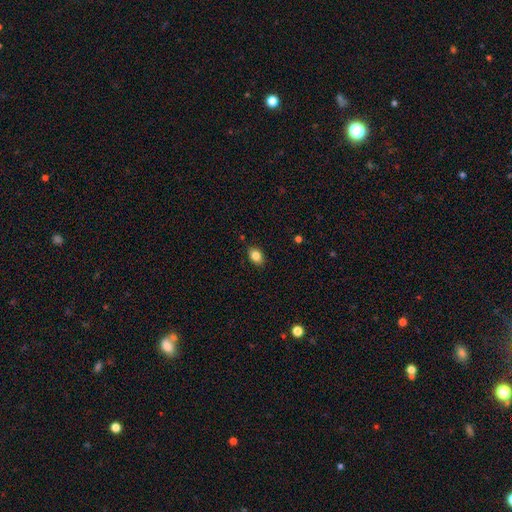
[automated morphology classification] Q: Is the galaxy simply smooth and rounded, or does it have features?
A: smooth — 84%.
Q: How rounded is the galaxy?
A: in between — 80%.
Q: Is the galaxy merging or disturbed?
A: none — 85%.